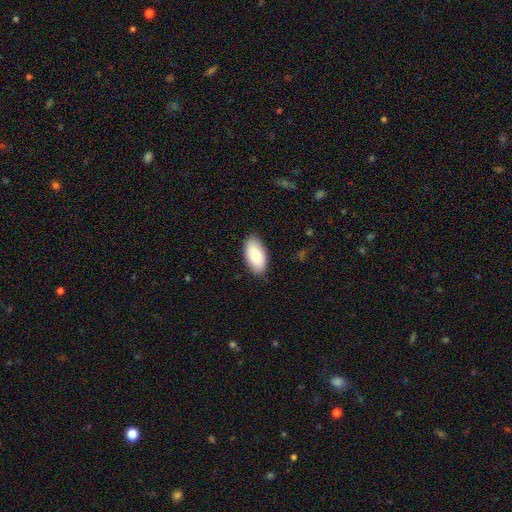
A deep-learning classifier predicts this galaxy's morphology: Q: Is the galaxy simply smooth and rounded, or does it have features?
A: smooth — 80%.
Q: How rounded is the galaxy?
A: in between — 95%.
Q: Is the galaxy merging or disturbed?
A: none — 86%.